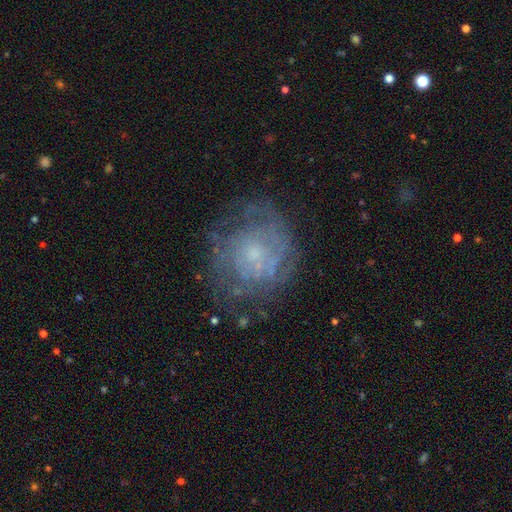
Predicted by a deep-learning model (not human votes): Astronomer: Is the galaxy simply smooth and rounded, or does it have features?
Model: featured or disk — 65%.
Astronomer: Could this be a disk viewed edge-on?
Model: no — 97%.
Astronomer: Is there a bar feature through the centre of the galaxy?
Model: no — 84%.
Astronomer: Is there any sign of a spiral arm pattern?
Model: yes — 59% (runner-up: no, 41%).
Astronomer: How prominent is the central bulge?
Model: small — 60%.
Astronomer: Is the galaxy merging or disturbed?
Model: none — 67%.